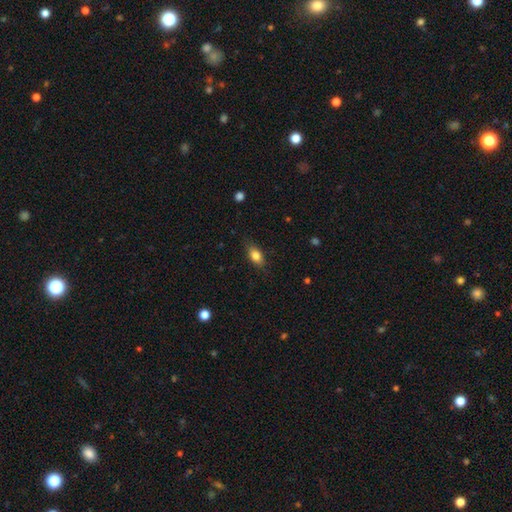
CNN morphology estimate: smooth_or_featured: smooth (p=0.80) [alt: featured or disk p=0.12]
how_rounded: in between (p=0.82) [alt: round p=0.09]
merging: none (p=0.80) [alt: minor disturbance p=0.16]